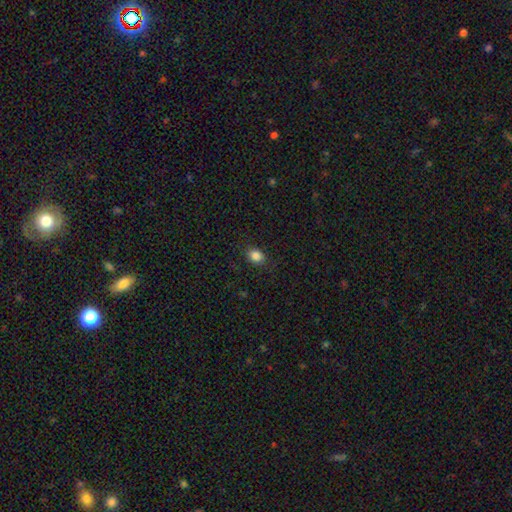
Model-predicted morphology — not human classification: smooth_or_featured: smooth (p=0.86) [alt: star or artifact p=0.10]
how_rounded: in between (p=0.59) [alt: round p=0.40]
merging: none (p=0.86) [alt: minor disturbance p=0.10]